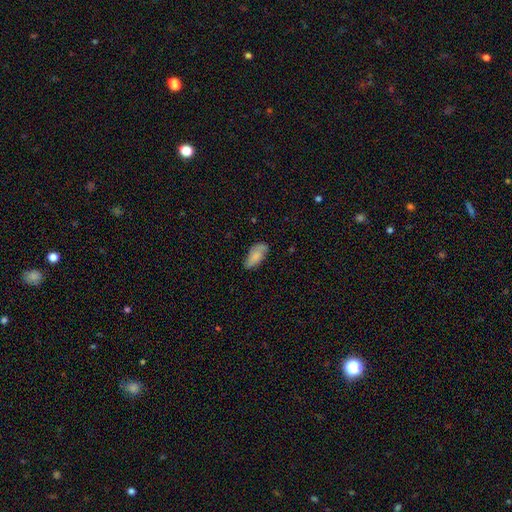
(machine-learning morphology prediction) A smooth galaxy with no disk features (72%) that is in between round and cigar-shaped (89%).

Vote fractions:
- Smooth or featured? smooth: 72% / featured or disk: 21% / star or artifact: 7%
- How rounded? in between: 89% / cigar-shaped: 8% / round: 2%
- Merging? none: 71% / minor disturbance: 23% / major disturbance: 5% / merger: 2%